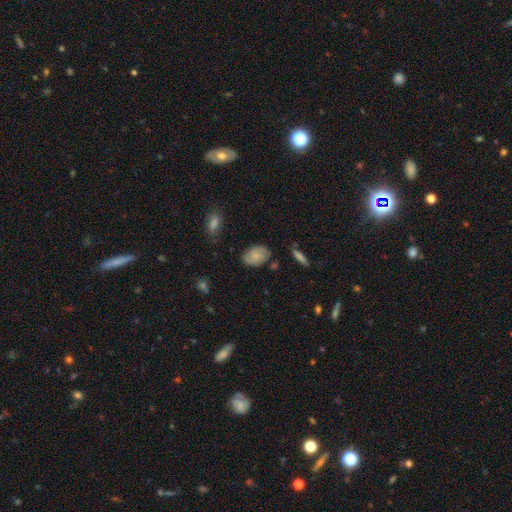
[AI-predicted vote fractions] smooth 71%, featured or disk 22%, star or artifact 7%. Down the decision tree: how rounded — in between (86%); merging — none (78%).